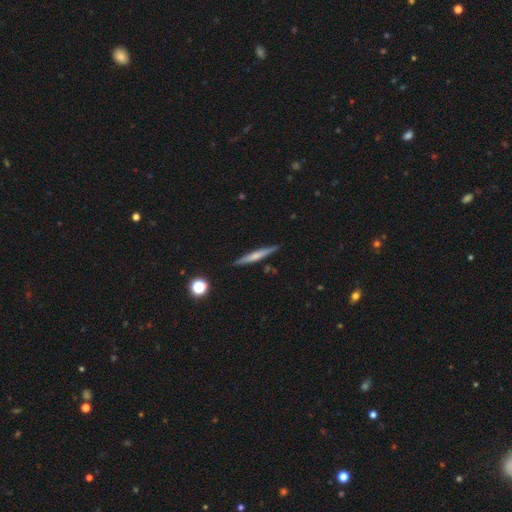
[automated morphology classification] smooth-or-featured: smooth: 50% | featured or disk: 43% | star or artifact: 6%
  how-rounded: cigar-shaped: 94% | in between: 4% | round: 2%
  merging: none: 88% | minor disturbance: 9% | merger: 2% | major disturbance: 2%